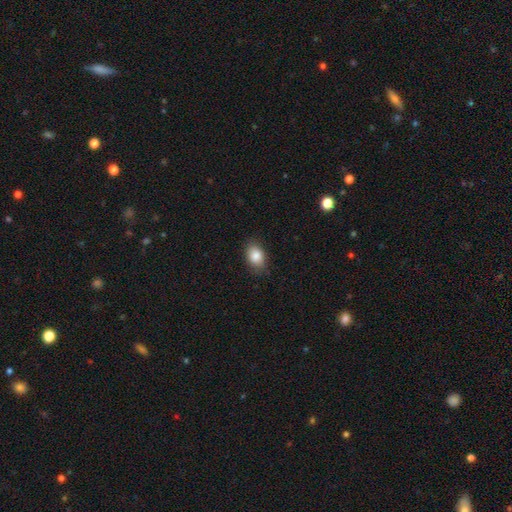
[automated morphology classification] Smooth or featured?
  - smooth: 85% *
  - star or artifact: 8%
  - featured or disk: 7%
How rounded?
  - in between: 82% *
  - round: 16%
  - cigar-shaped: 1%
Merging?
  - none: 83% *
  - minor disturbance: 13%
  - major disturbance: 3%
  - merger: 1%